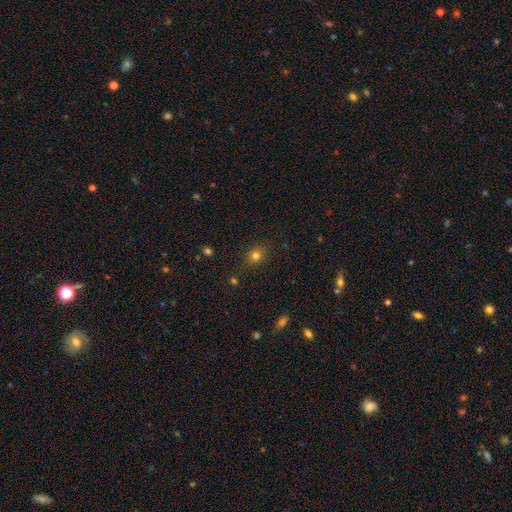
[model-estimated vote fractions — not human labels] Morphology: type=smooth (76%); roundness=round (74%); merging=none (82%).